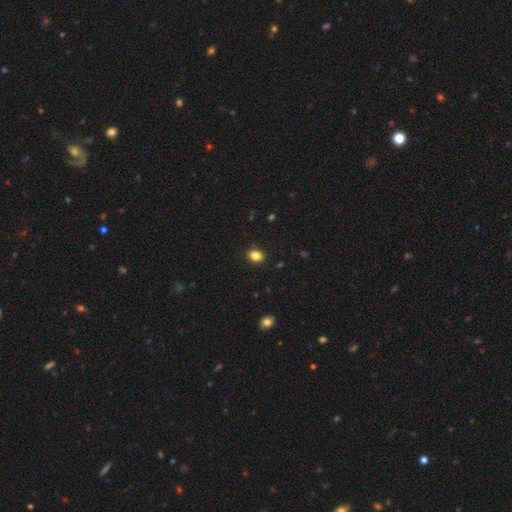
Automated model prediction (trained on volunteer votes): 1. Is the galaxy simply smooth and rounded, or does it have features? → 85% smooth, 10% star or artifact, 5% featured or disk.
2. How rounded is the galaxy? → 62% in between, 37% round, 1% cigar-shaped.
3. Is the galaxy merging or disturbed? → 90% none, 7% minor disturbance, 2% major disturbance, 1% merger.